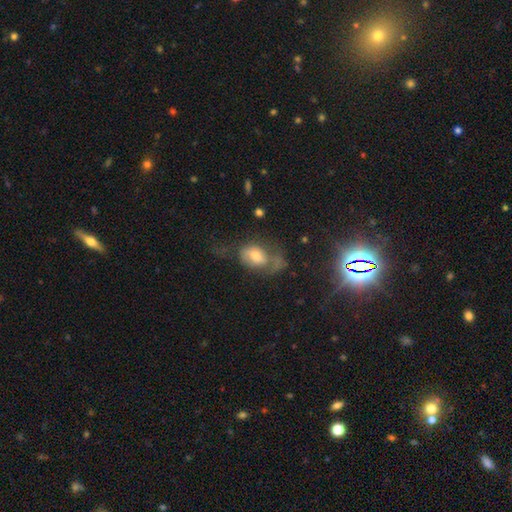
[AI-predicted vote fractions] Smooth or featured: smooth — 53% (featured or disk — 34%)
How rounded: in between — 77% (round — 22%)
Merging: major disturbance — 36% (none — 31%)